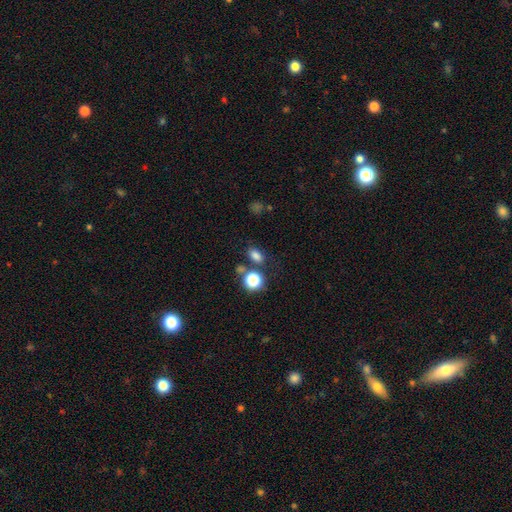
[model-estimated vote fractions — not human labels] Smooth or featured? smooth (79%)
How rounded? in between (74%)
Merging? none (70%)